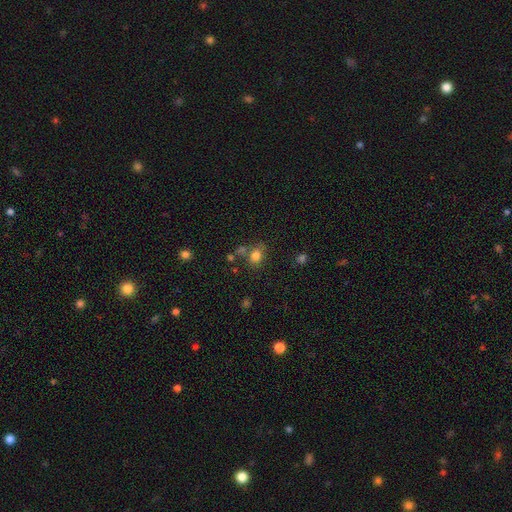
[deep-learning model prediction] The model was most divided on "how rounded": round: 53%, in between: 46%, cigar-shaped: 1%. More confident: smooth or featured — smooth (79%); merging — none (63%).